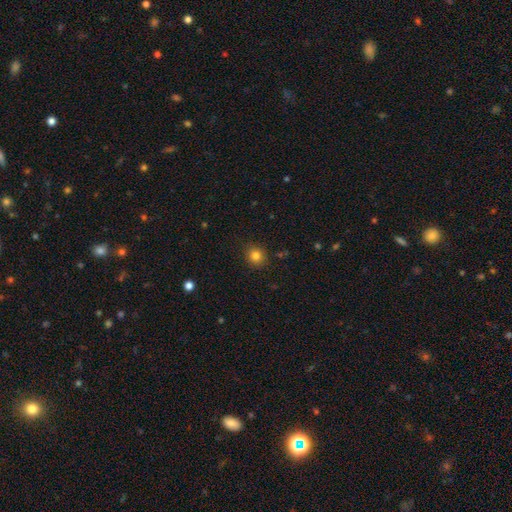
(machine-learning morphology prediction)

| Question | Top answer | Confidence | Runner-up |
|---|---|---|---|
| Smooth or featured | smooth | 81% | star or artifact (13%) |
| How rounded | round | 86% | in between (13%) |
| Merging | none | 89% | minor disturbance (7%) |